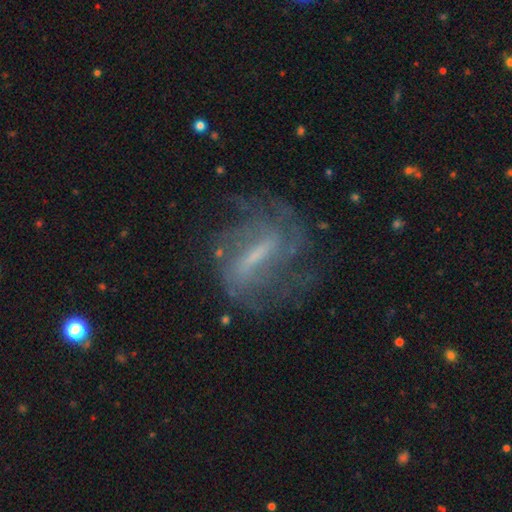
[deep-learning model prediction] Morphology: type=featured or disk (79%); edge-on=no (88%); bar=strong (54%); spiral arms=yes (84%); winding=tight (40%); arm count=can't tell (43%); bulge=small (41%); merging=none (64%).